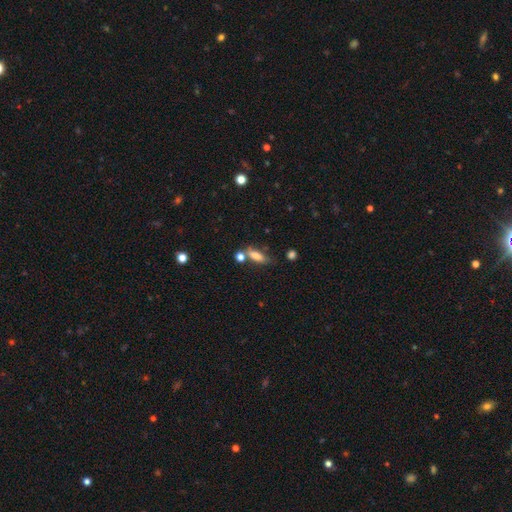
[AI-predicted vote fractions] This is likely a smooth galaxy (74%). How rounded: likely in between (62%). Merging: possibly none (55%).